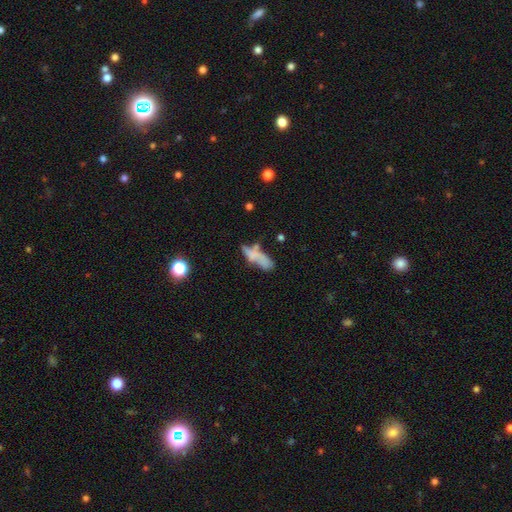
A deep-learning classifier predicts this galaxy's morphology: Smooth or featured? smooth (59%)
How rounded? in between (48%, tied with cigar-shaped)
Merging? none (34%)